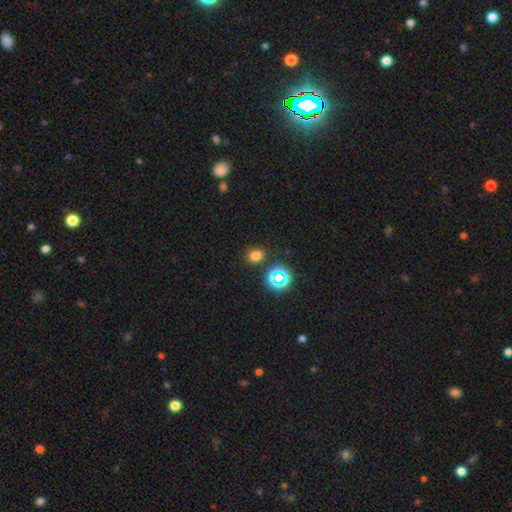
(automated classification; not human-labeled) A smooth galaxy with no disk features (70%) that is round (55%).

Vote fractions:
- Smooth or featured? smooth: 70% / star or artifact: 24% / featured or disk: 6%
- How rounded? round: 55% / in between: 43% / cigar-shaped: 1%
- Merging? none: 79% / minor disturbance: 12% / merger: 5% / major disturbance: 4%